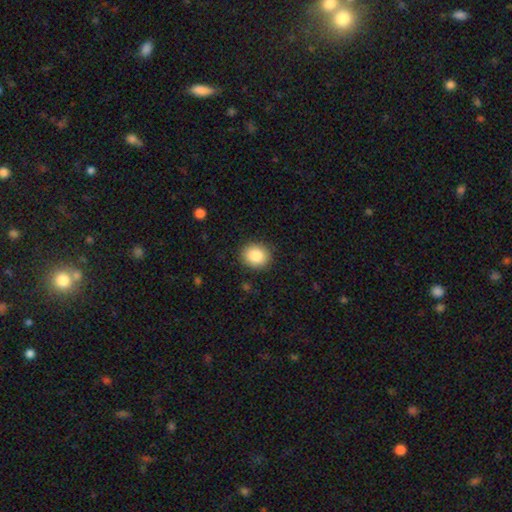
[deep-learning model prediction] Overall: smooth (86%). How rounded: round (71%). Merging: none (89%).